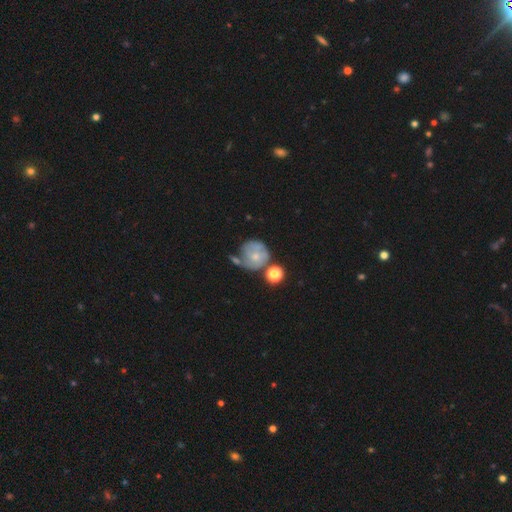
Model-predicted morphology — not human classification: Q: Smooth or featured?
A: featured or disk (51%); runner-up: smooth (41%)
Q: Edge-on disk?
A: no (97%); runner-up: yes (3%)
Q: Merging?
A: none (41%); runner-up: minor disturbance (23%)